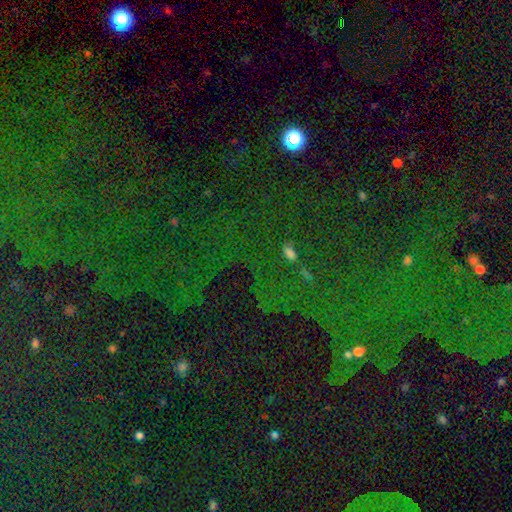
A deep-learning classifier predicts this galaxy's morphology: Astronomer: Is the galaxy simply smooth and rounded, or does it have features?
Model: star or artifact — 76%.